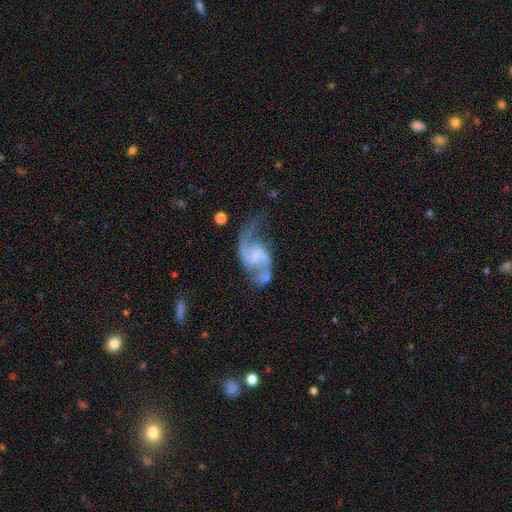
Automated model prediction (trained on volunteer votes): Smooth or featured: featured or disk — 88% (smooth — 6%)
Edge-on disk: no — 98% (yes — 2%)
Bar: weak — 48% (no — 34%)
Spiral arms: yes — 96% (no — 4%)
Spiral winding: loose — 62% (medium — 32%)
Spiral arm count: 2 — 92% (1 — 2%)
Bulge size: none — 58% (small — 25%)
Merging: none — 55% (minor disturbance — 21%)